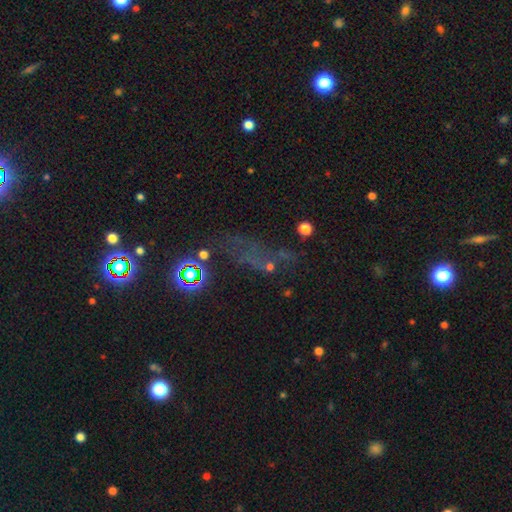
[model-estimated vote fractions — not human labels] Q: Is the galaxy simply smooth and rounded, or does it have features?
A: star or artifact — 54%.